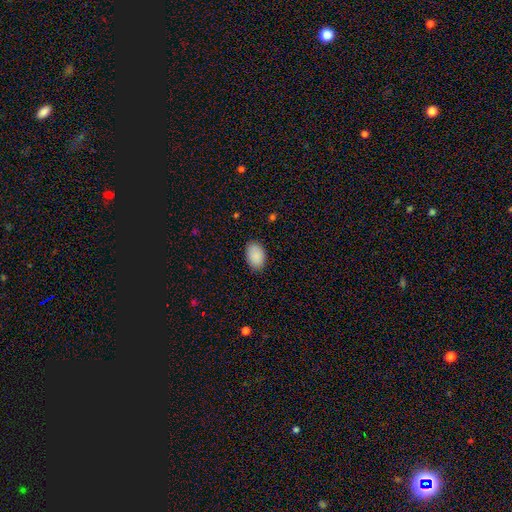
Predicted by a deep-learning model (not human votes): A smooth galaxy with no disk features (90%) that is in between round and cigar-shaped (90%). Merging: none (86%).